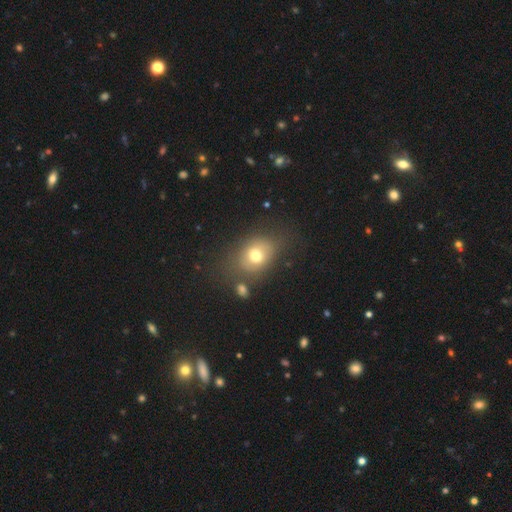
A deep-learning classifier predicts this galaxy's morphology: smooth 70%, featured or disk 17%, star or artifact 13%. Down the decision tree: how rounded — in between (59%); merging — none (62%).